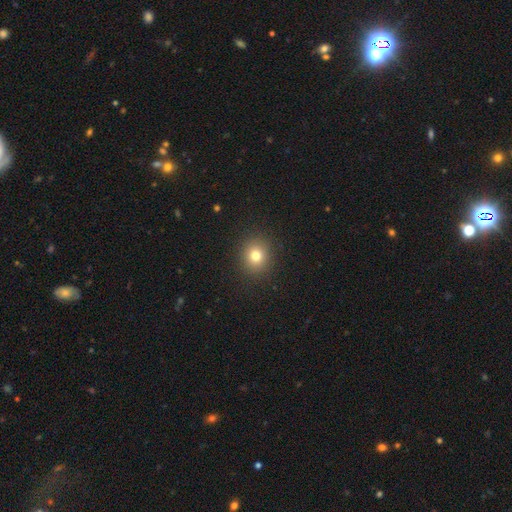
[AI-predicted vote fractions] A smooth galaxy with no disk features (78%) that is round (82%).

Vote fractions:
- Smooth or featured? smooth: 78% / star or artifact: 14% / featured or disk: 8%
- How rounded? round: 82% / in between: 17% / cigar-shaped: 1%
- Merging? none: 90% / minor disturbance: 6% / major disturbance: 3% / merger: 1%